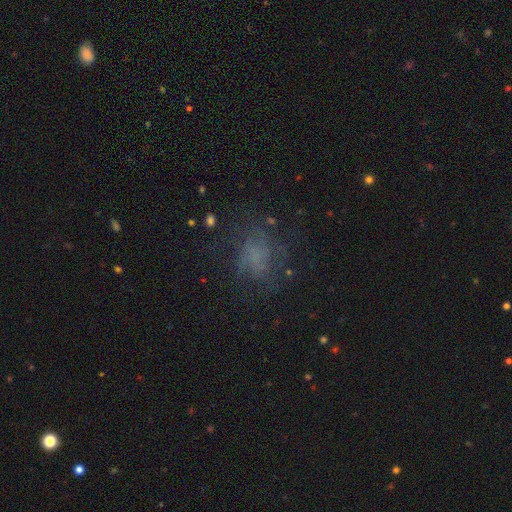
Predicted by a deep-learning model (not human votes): Smooth or featured? Predicted: smooth (p=0.45). Merging? Predicted: none (p=0.63).